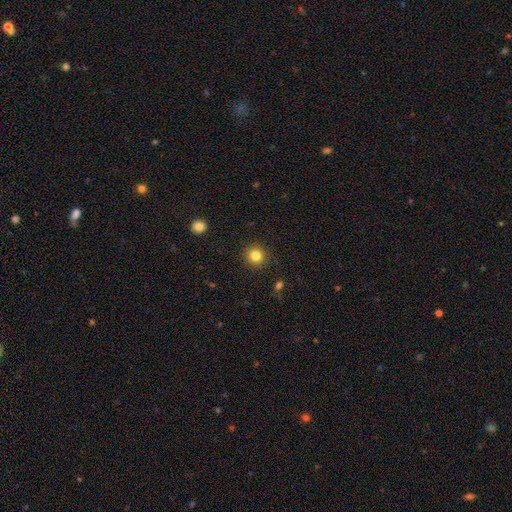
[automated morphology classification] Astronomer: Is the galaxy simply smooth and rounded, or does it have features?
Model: smooth — 83%.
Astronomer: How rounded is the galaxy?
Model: round — 94%.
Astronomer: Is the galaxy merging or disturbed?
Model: none — 91%.